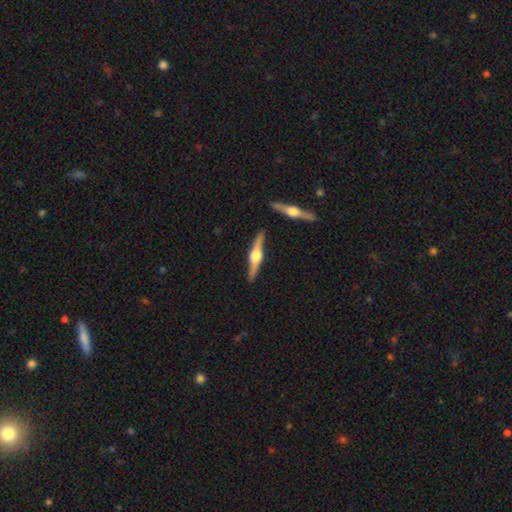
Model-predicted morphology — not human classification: Q: Smooth or featured?
A: featured or disk (82%); runner-up: smooth (13%)
Q: Edge-on disk?
A: yes (98%); runner-up: no (2%)
Q: Edge-on bulge?
A: rounded (95%); runner-up: boxy (3%)
Q: Merging?
A: none (89%); runner-up: minor disturbance (7%)